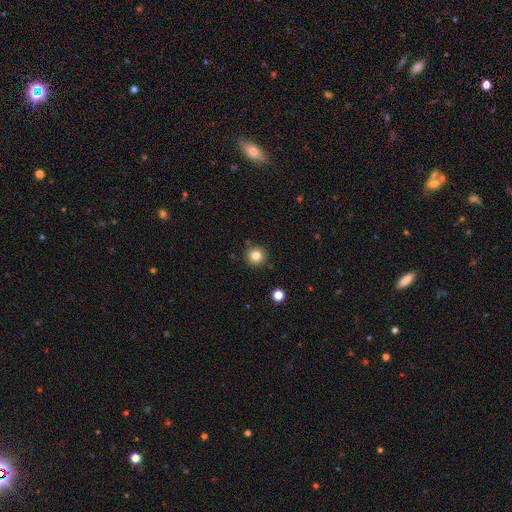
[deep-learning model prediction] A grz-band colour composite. It shows a smooth galaxy with no disk features (82%) that is round (95%). Merging: none (89%).